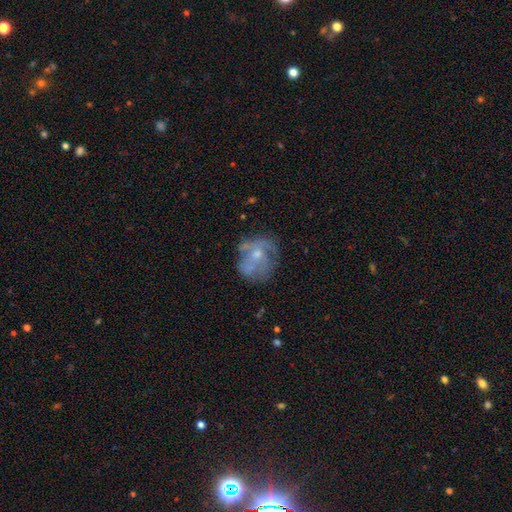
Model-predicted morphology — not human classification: featured or disk 60%, smooth 30%, star or artifact 11%. Down the decision tree: edge-on disk — no (97%); bar — no (79%); spiral arms — no (52%); bulge size — small (52%); merging — none (51%).